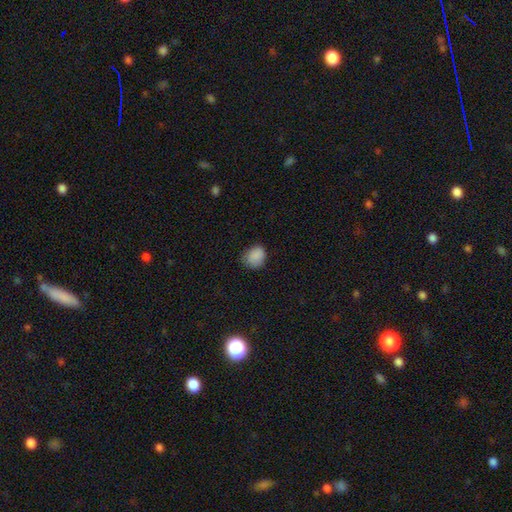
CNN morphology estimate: This is clearly a smooth galaxy (87%). How rounded: possibly round (55%). Merging: likely none (69%).